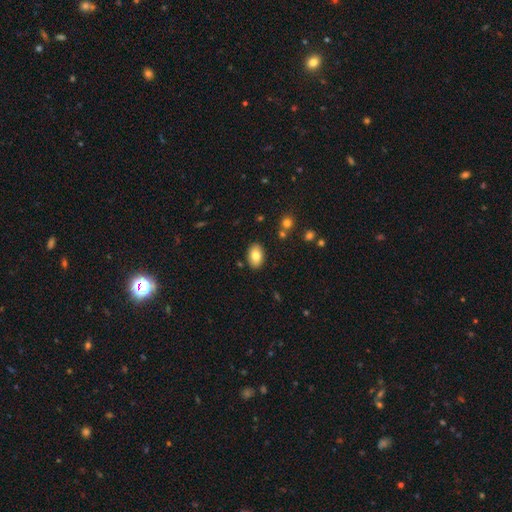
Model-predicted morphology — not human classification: The model was most divided on "smooth or featured": smooth: 81%, featured or disk: 11%, star or artifact: 8%. More confident: how rounded — in between (89%); merging — none (88%).